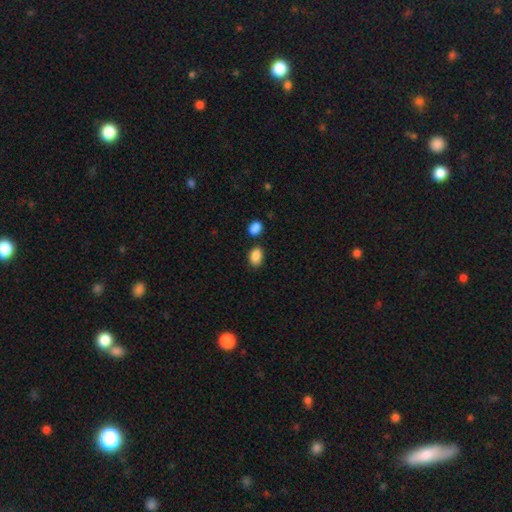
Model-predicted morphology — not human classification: Q: Smooth or featured?
A: smooth (88%); runner-up: star or artifact (8%)
Q: How rounded?
A: in between (85%); runner-up: round (14%)
Q: Merging?
A: none (75%); runner-up: minor disturbance (13%)